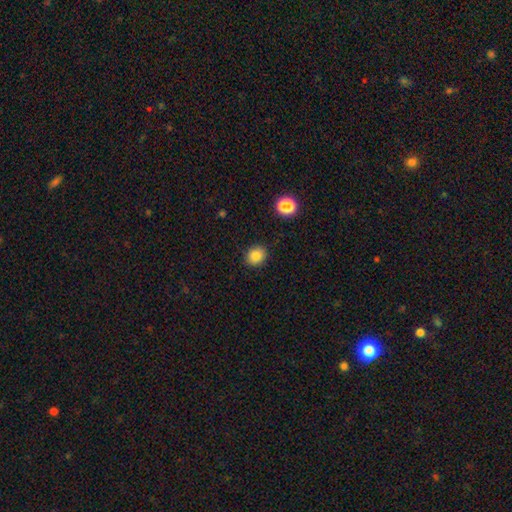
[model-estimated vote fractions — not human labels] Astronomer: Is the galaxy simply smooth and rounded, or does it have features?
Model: smooth — 85%.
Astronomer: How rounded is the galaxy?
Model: round — 62% (runner-up: in between, 37%).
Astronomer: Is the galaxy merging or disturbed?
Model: none — 88%.